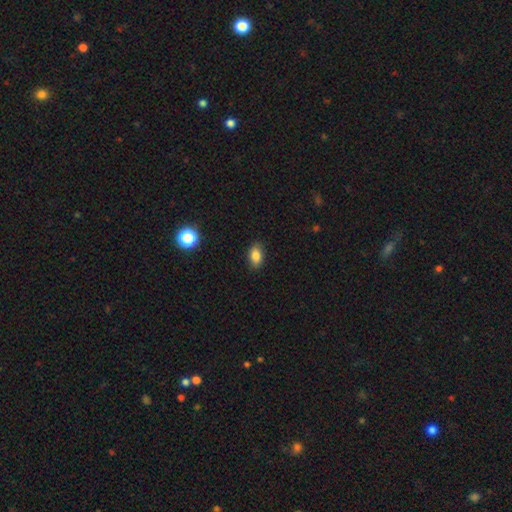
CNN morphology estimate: This is clearly a smooth galaxy (84%). How rounded: clearly in between (85%). Merging: clearly none (86%).